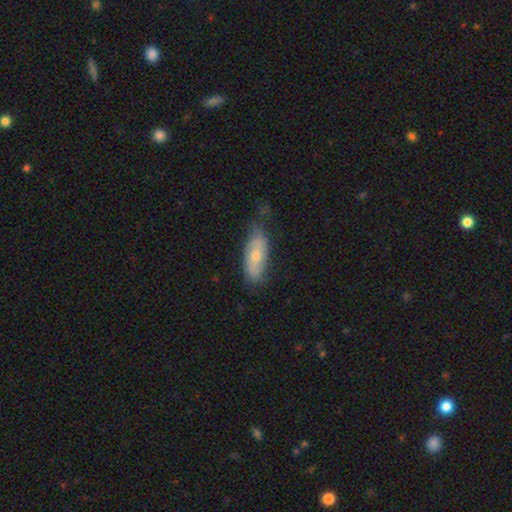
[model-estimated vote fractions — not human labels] smooth-or-featured: smooth: 56% | featured or disk: 38% | star or artifact: 6%
  how-rounded: in between: 76% | cigar-shaped: 21% | round: 3%
  merging: none: 61% | minor disturbance: 30% | major disturbance: 7% | merger: 2%